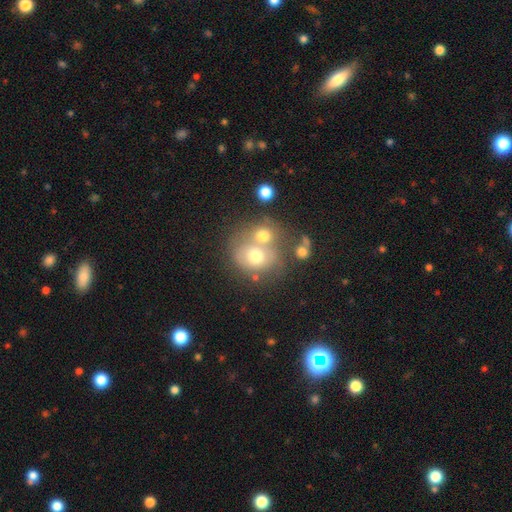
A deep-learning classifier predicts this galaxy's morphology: Q: Smooth or featured?
A: smooth (62%); runner-up: featured or disk (26%)
Q: How rounded?
A: round (73%); runner-up: in between (26%)
Q: Merging?
A: merger (53%); runner-up: none (32%)